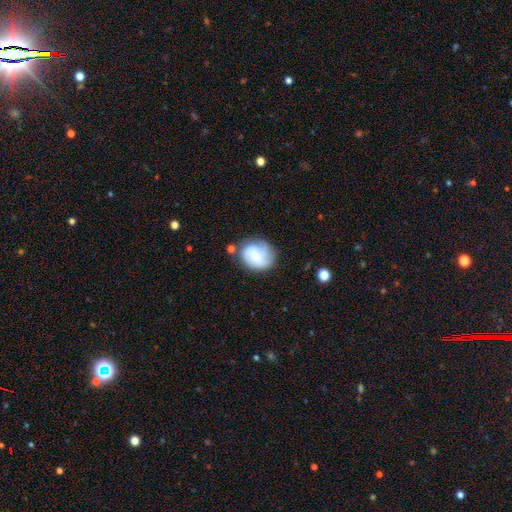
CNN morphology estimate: Smooth or featured? smooth (51%)
How rounded? round (63%)
Merging? none (66%)